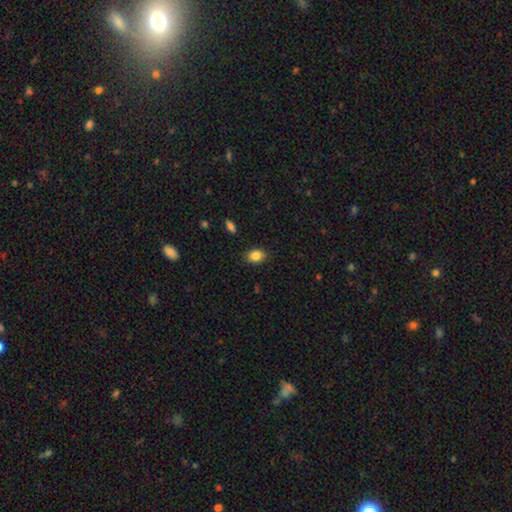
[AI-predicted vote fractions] Smooth or featured? smooth (85%)
How rounded? in between (74%)
Merging? none (87%)